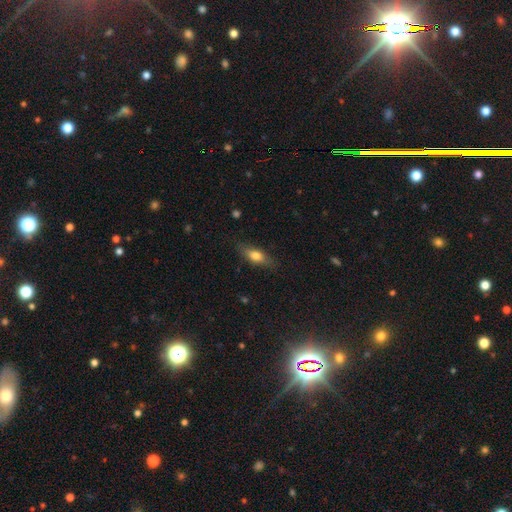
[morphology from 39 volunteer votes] Overall: smooth (85%). How rounded: in between (61%; cigar-shaped 33%). Merging: none (92%).